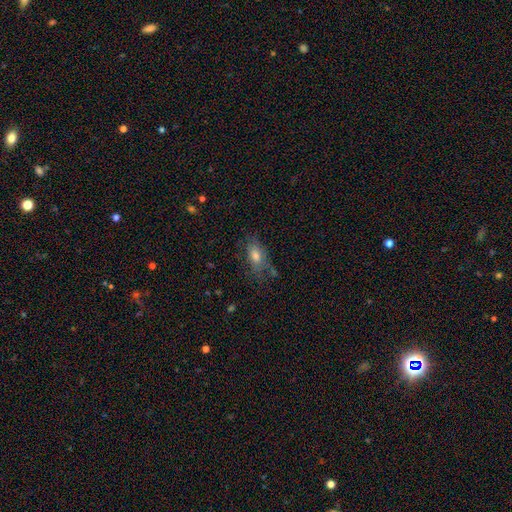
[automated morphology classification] Smooth or featured? smooth (60%)
How rounded? in between (79%)
Merging? none (63%)